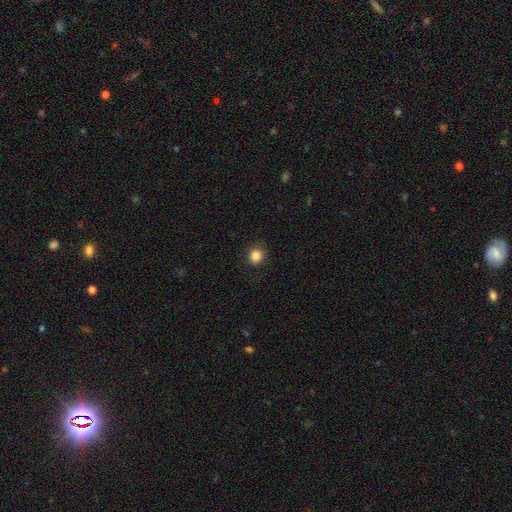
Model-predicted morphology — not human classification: A smooth galaxy with no disk features (86%) that is round (83%). Merging: none (85%).